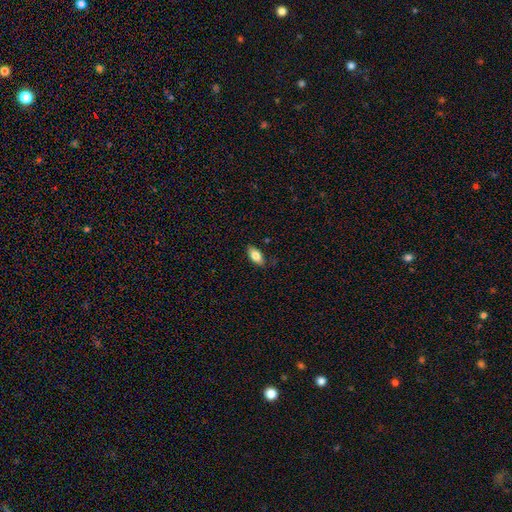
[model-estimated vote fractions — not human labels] This appears to be a smooth galaxy with no disk features (81%) that is in between round and cigar-shaped (90%). Merging: none (83%).